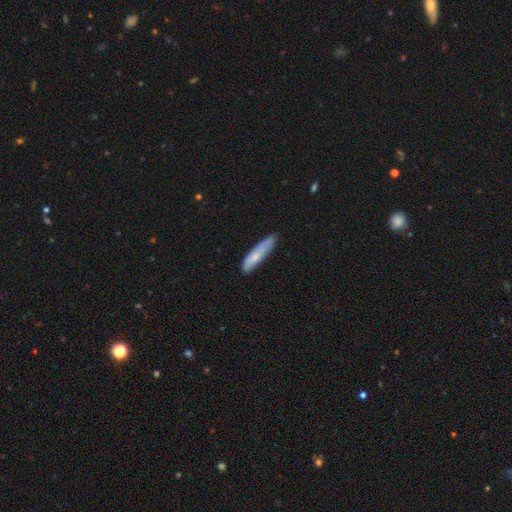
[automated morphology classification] Smooth or featured? Predicted: smooth (p=0.72). How rounded? Predicted: cigar-shaped (p=0.82). Merging? Predicted: none (p=0.72).